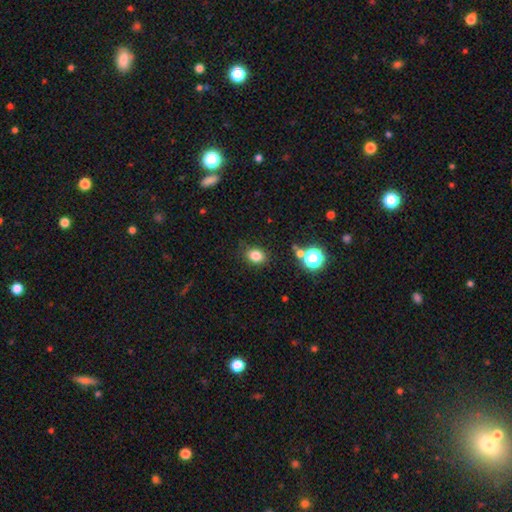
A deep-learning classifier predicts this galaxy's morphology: This is clearly a smooth galaxy (81%). How rounded: possibly in between (59%). Merging: clearly none (82%).